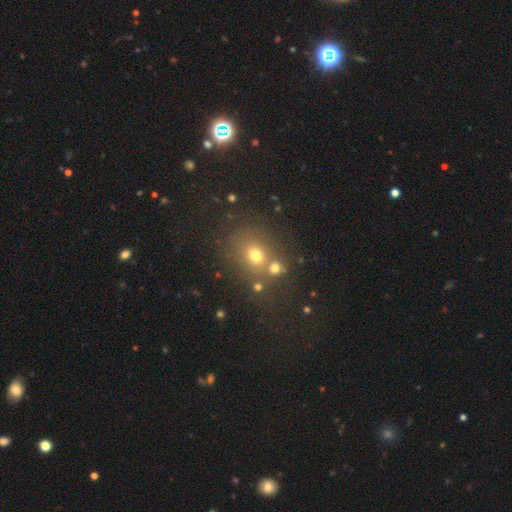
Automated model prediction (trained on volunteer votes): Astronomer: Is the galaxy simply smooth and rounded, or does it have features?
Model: smooth — 65%.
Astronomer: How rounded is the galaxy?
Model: round — 71%.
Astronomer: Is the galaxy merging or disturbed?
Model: none — 58%.